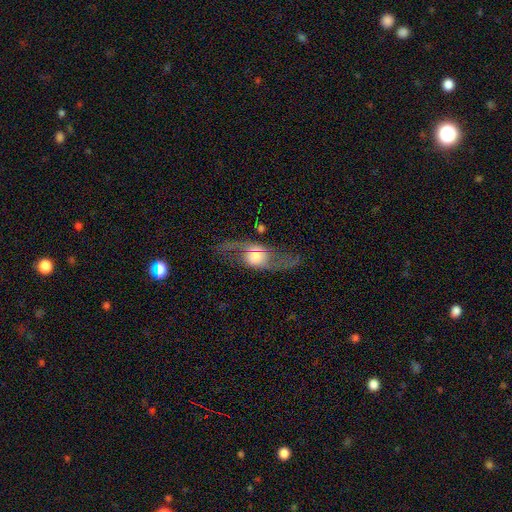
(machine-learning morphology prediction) featured or disk 80%, smooth 13%, star or artifact 7%. Down the decision tree: edge-on disk — no (83%); bar — no (65%); spiral arms — yes (90%); spiral arm count — 2 (93%); spiral winding — loose (68%); bulge size — large (43%); merging — none (71%).